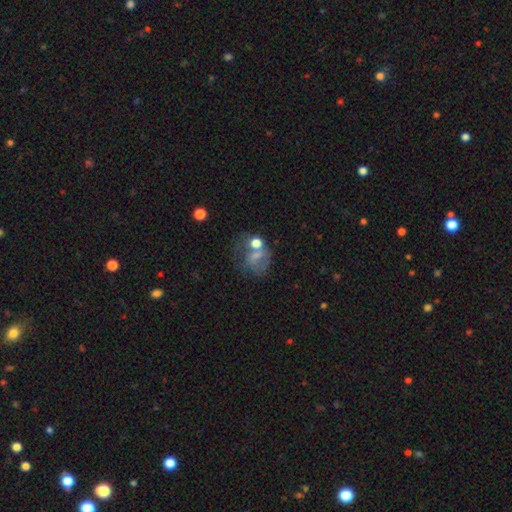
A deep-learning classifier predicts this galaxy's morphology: Overall: smooth (44%; featured or disk 36%). Merging: none (35%; major disturbance 29%).